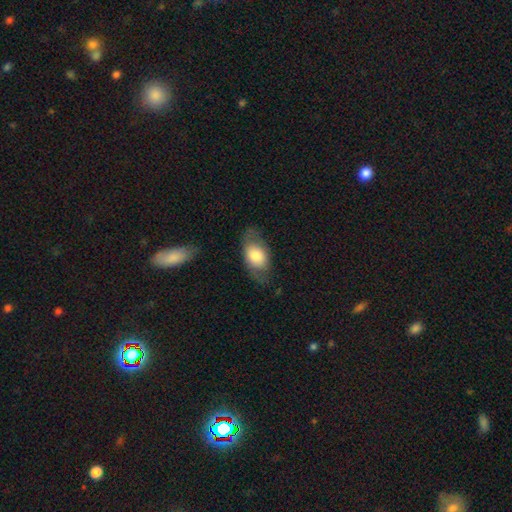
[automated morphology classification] This appears to be a smooth galaxy with no disk features (71%) that is in between round and cigar-shaped (88%). Merging: none (68%).